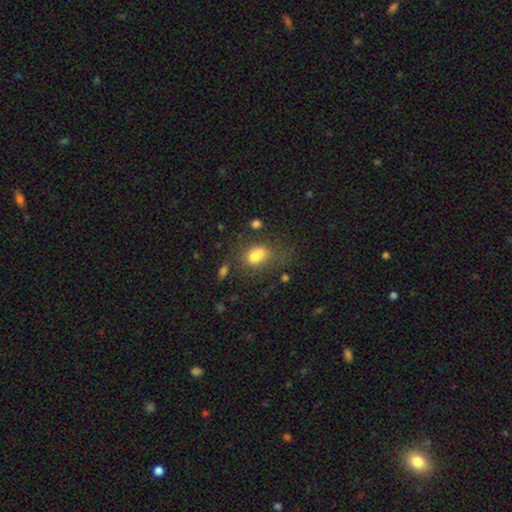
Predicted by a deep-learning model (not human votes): Smooth or featured?
  - smooth: 73% *
  - featured or disk: 14%
  - star or artifact: 13%
How rounded?
  - in between: 68% *
  - round: 30%
  - cigar-shaped: 2%
Merging?
  - none: 36% *
  - merger: 27%
  - minor disturbance: 20%
  - major disturbance: 16%